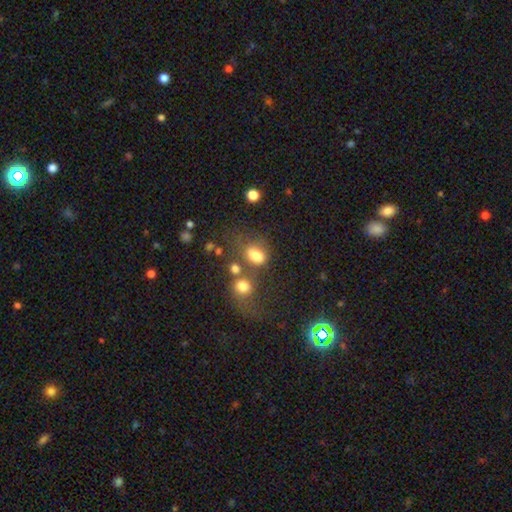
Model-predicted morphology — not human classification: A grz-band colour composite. It shows a smooth galaxy with no disk features (77%) that is in between round and cigar-shaped (75%). Merging: none (40%).